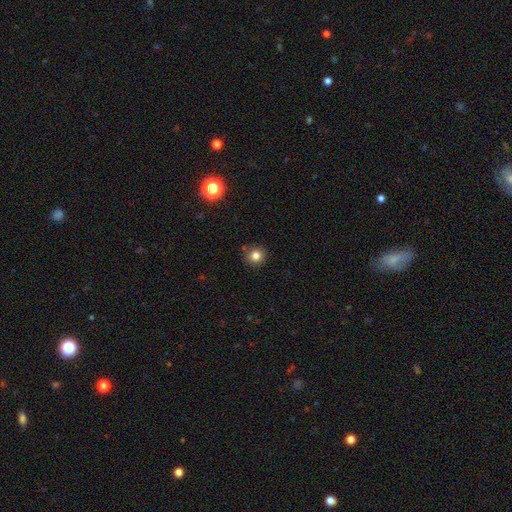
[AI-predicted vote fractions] Smooth or featured? smooth (81%)
How rounded? round (92%)
Merging? none (87%)